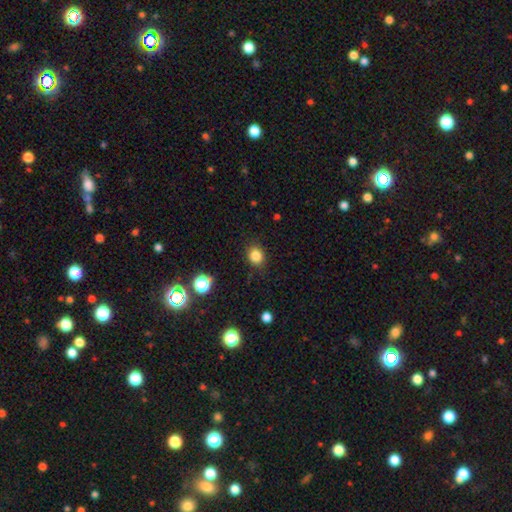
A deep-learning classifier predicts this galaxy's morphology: Smooth or featured?
  - smooth: 83% *
  - star or artifact: 12%
  - featured or disk: 5%
How rounded?
  - round: 68% *
  - in between: 31%
  - cigar-shaped: 1%
Merging?
  - none: 87% *
  - minor disturbance: 9%
  - major disturbance: 3%
  - merger: 1%